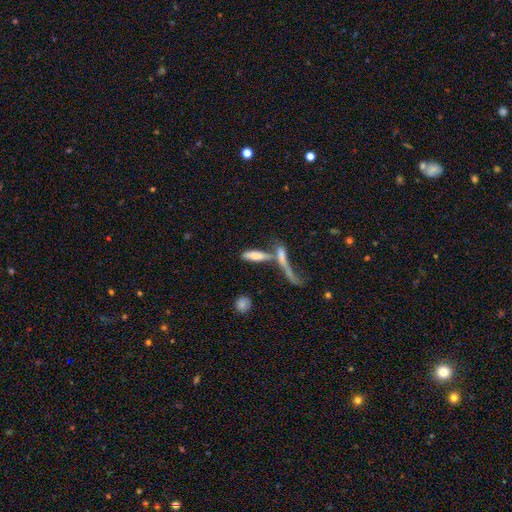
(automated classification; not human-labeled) Smooth or featured: smooth — 64% (featured or disk — 26%)
How rounded: cigar-shaped — 61% (in between — 35%)
Merging: merger — 55% (none — 26%)